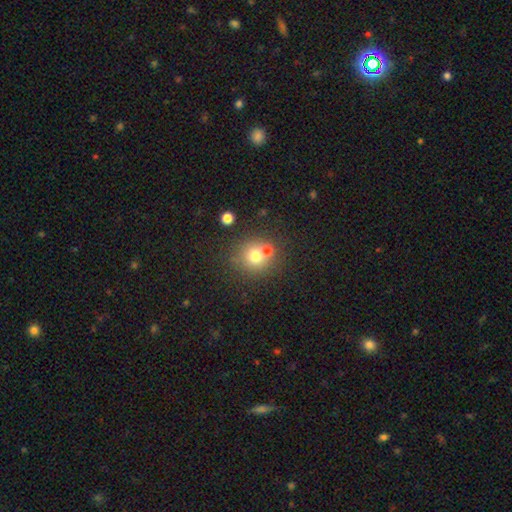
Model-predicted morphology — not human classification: A smooth galaxy with no disk features (71%) that is round (89%). Merging: none (62%).